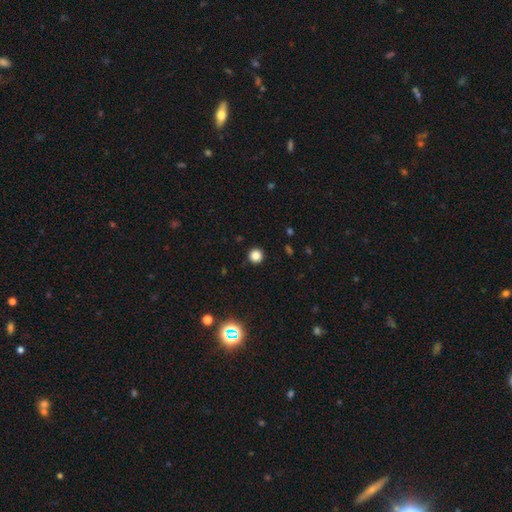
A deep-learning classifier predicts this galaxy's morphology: Q: Smooth or featured?
A: smooth (83%); runner-up: star or artifact (13%)
Q: How rounded?
A: round (96%); runner-up: in between (3%)
Q: Merging?
A: none (92%); runner-up: minor disturbance (5%)